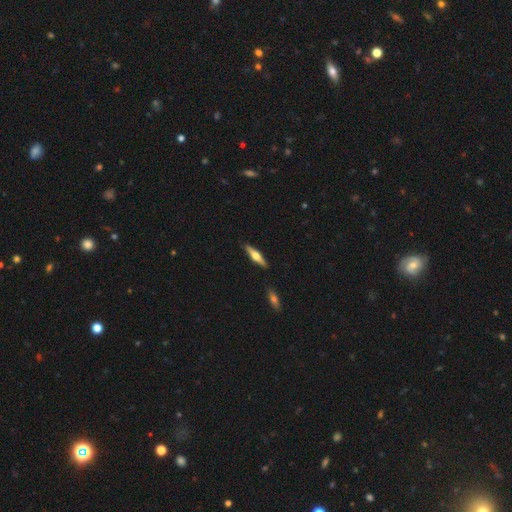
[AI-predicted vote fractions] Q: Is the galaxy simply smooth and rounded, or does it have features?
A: featured or disk — 60%.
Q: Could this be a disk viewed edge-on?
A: yes — 96%.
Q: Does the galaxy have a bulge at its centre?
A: rounded — 92%.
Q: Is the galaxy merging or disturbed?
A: none — 89%.